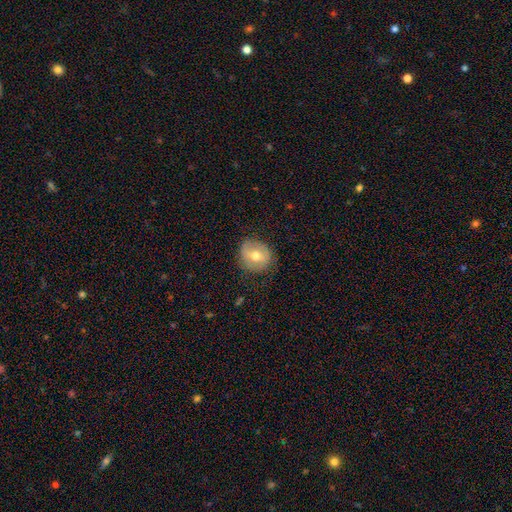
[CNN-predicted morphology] This is possibly a smooth galaxy (56%). How rounded: likely round (78%). Merging: clearly none (80%).